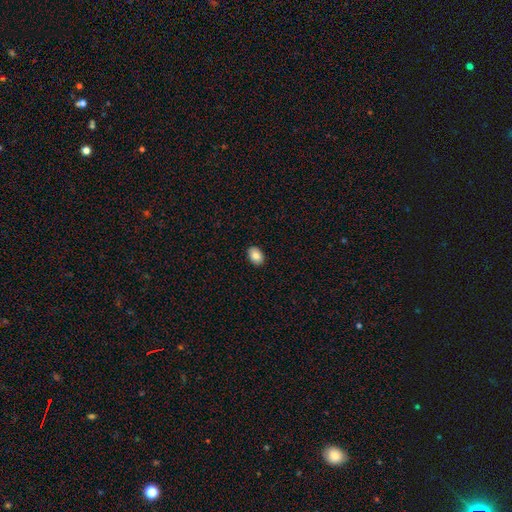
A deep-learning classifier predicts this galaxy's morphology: Overall: smooth (86%). How rounded: in between (81%). Merging: none (90%).